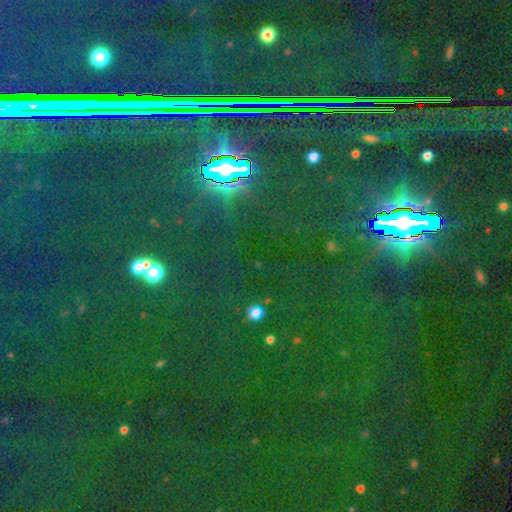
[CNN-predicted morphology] This is clearly a star or artifact rather than a galaxy (83%).